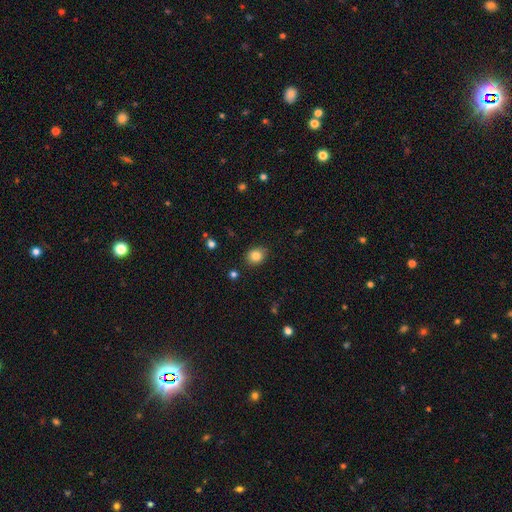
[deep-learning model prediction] A smooth galaxy with no disk features (83%) that is round (64%).

Vote fractions:
- Smooth or featured? smooth: 83% / star or artifact: 11% / featured or disk: 6%
- How rounded? round: 64% / in between: 35% / cigar-shaped: 1%
- Merging? none: 86% / minor disturbance: 10% / major disturbance: 2% / merger: 2%